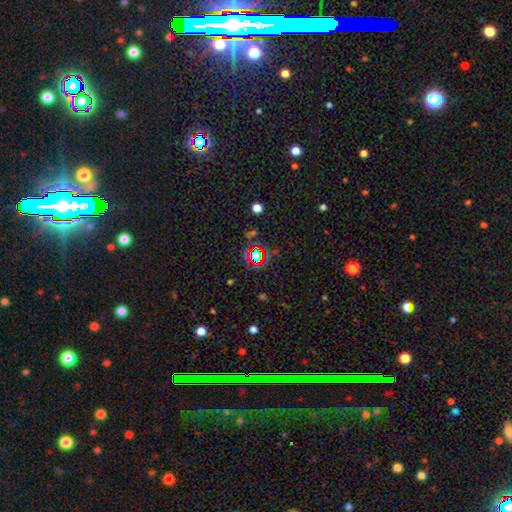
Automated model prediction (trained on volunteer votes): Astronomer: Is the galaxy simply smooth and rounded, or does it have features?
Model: star or artifact — 65%.